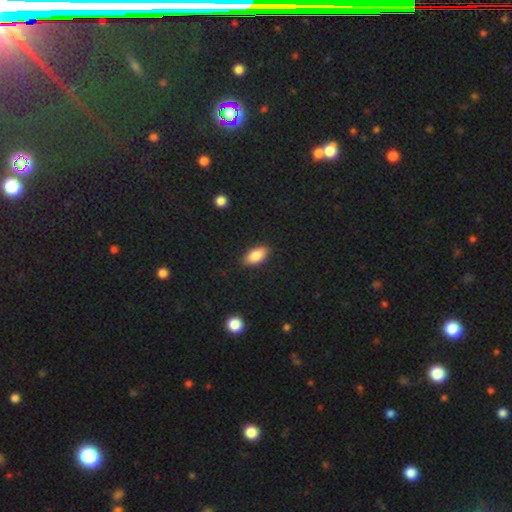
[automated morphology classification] type=smooth (83%); roundness=in between (91%); merging=none (86%).